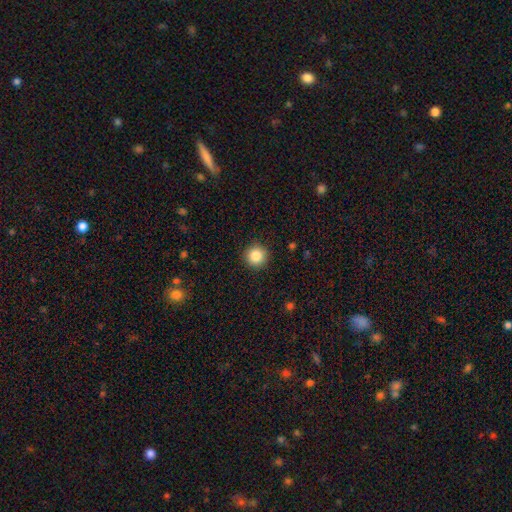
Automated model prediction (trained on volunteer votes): This is clearly a smooth galaxy (86%). How rounded: clearly round (95%). Merging: clearly none (92%).